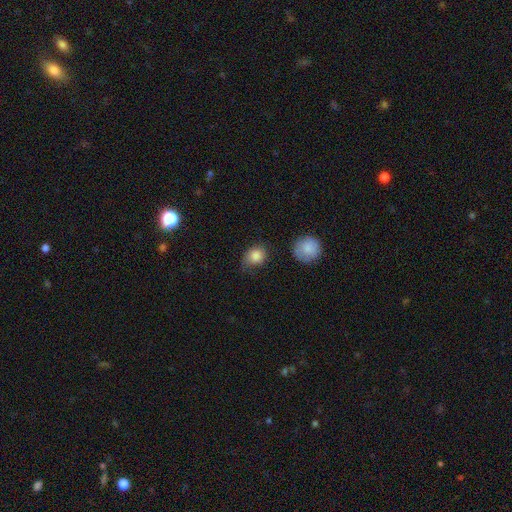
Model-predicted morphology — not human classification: The model was most divided on "merging": none: 58%, minor disturbance: 31%, major disturbance: 9%, merger: 3%. More confident: smooth or featured — smooth (86%); how rounded — round (66%).